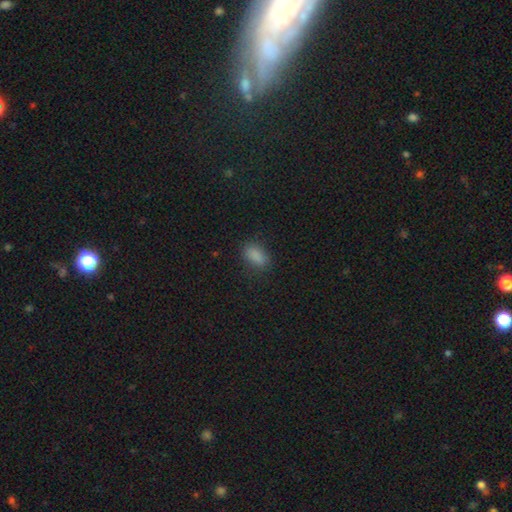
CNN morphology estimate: The model was most divided on "merging": none: 80%, minor disturbance: 14%, major disturbance: 4%, merger: 1%. More confident: how rounded — in between (88%); smooth or featured — smooth (85%).